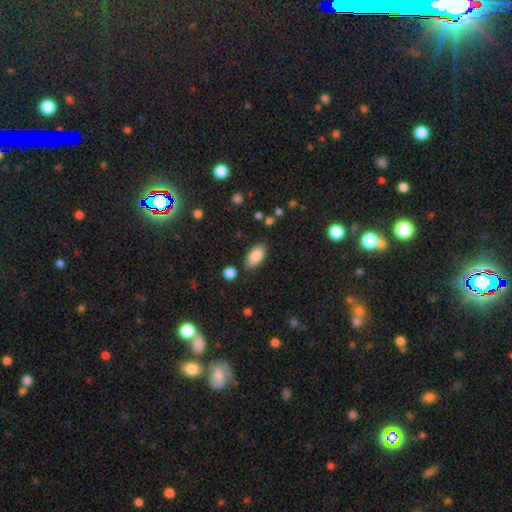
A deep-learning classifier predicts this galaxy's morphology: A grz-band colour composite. It shows a smooth galaxy with no disk features (84%) that is in between round and cigar-shaped (90%). Merging: none (80%).